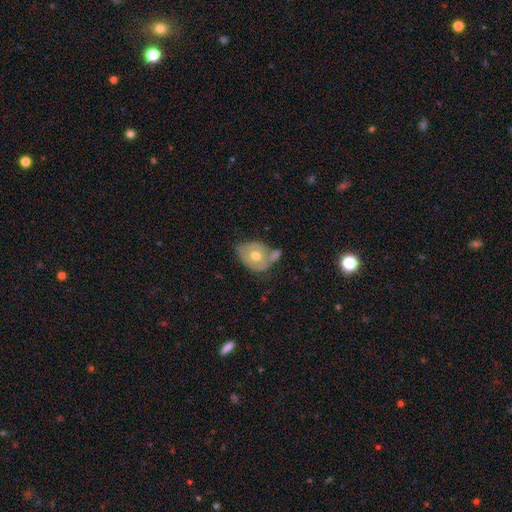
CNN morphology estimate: smooth 51%, featured or disk 43%, star or artifact 7%. Down the decision tree: how rounded — in between (59%); merging — none (34%).